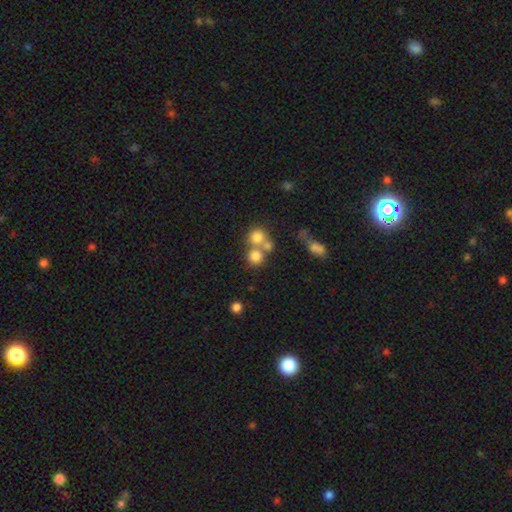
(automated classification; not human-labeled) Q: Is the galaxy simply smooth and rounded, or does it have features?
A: smooth — 74%.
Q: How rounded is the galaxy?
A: round — 87%.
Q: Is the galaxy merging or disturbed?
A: none — 47%.